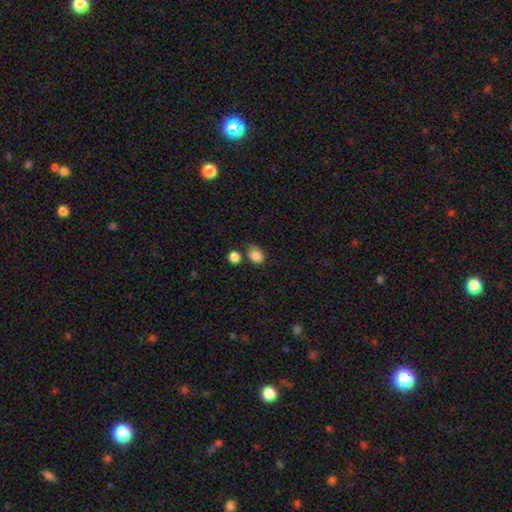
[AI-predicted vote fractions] smooth_or_featured: smooth (p=0.85) [alt: star or artifact p=0.10]
how_rounded: round (p=0.51) [alt: in between p=0.48]
merging: none (p=0.59) [alt: minor disturbance p=0.21]